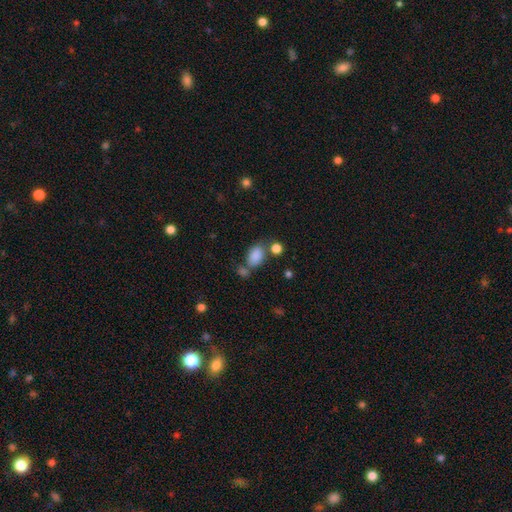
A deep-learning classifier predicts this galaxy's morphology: This is clearly a smooth galaxy (85%). How rounded: clearly in between (85%). Merging: possibly none (56%).